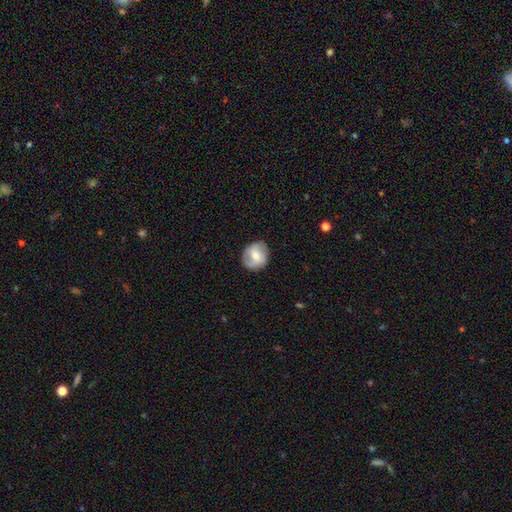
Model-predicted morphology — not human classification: Smooth or featured: smooth — 56% (featured or disk — 37%)
How rounded: round — 77% (in between — 22%)
Merging: none — 81% (minor disturbance — 14%)